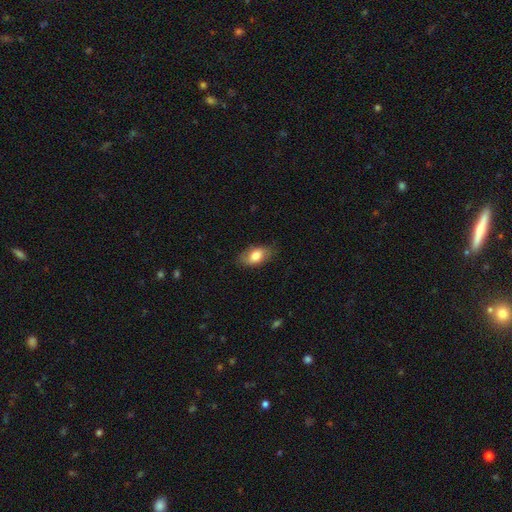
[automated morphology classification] A smooth galaxy with no disk features (77%) that is in between round and cigar-shaped (91%). Merging: none (78%).